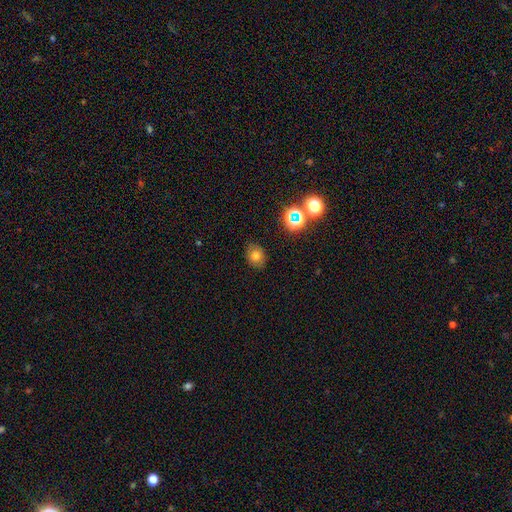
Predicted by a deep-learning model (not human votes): Smooth or featured?
  - smooth: 72% *
  - star or artifact: 17%
  - featured or disk: 11%
How rounded?
  - in between: 50% *
  - round: 49%
  - cigar-shaped: 1%
Merging?
  - none: 84% *
  - minor disturbance: 11%
  - major disturbance: 3%
  - merger: 2%